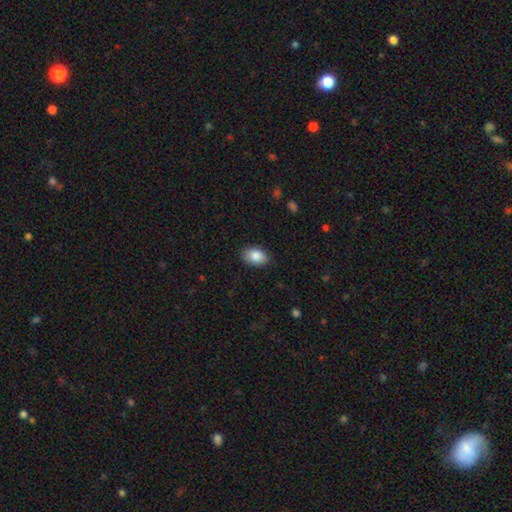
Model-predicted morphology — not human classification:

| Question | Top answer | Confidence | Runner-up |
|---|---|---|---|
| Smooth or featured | smooth | 87% | star or artifact (7%) |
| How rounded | in between | 86% | round (13%) |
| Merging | none | 86% | minor disturbance (11%) |